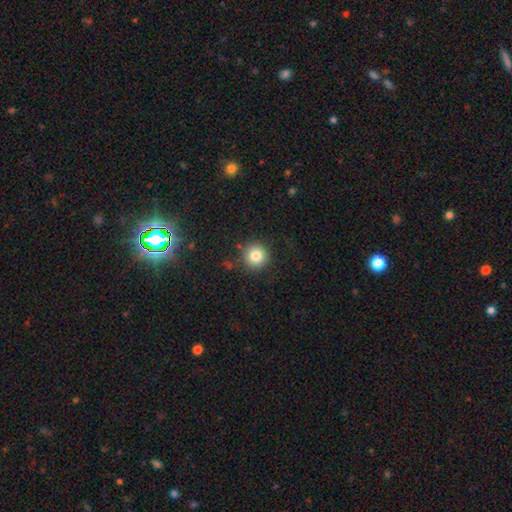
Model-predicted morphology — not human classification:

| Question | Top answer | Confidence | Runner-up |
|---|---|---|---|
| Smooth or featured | smooth | 82% | star or artifact (11%) |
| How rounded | round | 95% | in between (4%) |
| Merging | none | 87% | minor disturbance (8%) |